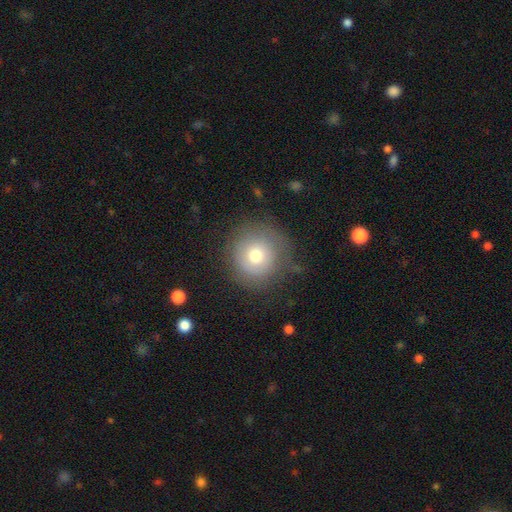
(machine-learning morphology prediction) Smooth or featured?
  - smooth: 71% *
  - featured or disk: 19%
  - star or artifact: 11%
How rounded?
  - round: 93% *
  - in between: 6%
  - cigar-shaped: 1%
Merging?
  - none: 71% *
  - minor disturbance: 18%
  - major disturbance: 9%
  - merger: 2%